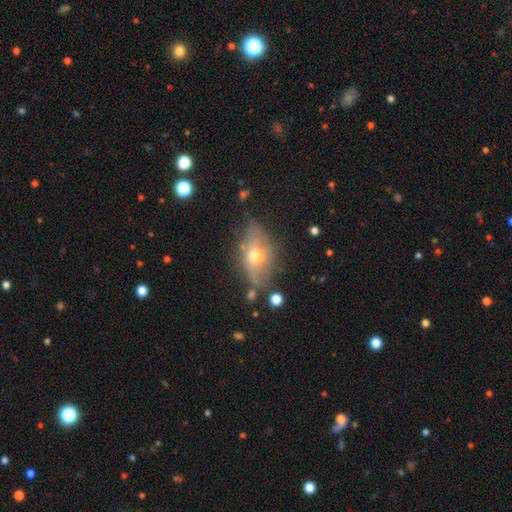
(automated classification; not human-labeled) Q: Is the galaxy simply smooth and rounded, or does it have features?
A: featured or disk — 45%, tied with smooth.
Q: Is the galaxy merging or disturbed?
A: none — 62%.